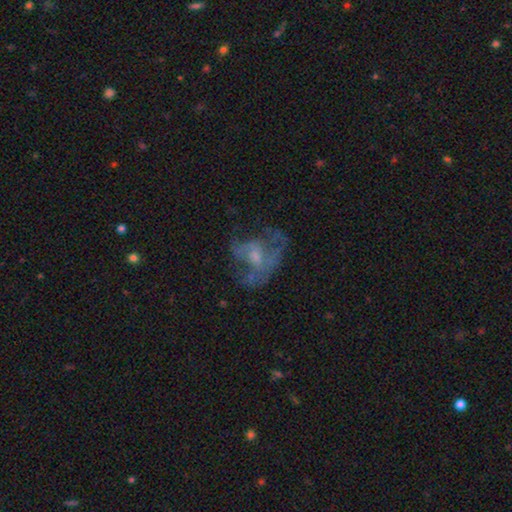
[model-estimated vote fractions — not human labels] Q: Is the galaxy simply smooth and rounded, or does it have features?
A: featured or disk — 61%.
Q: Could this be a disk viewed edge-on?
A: no — 97%.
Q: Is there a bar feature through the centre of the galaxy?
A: no — 74%.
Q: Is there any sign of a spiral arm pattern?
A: no — 61%.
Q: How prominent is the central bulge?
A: small — 43%.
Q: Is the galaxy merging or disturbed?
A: none — 40%.